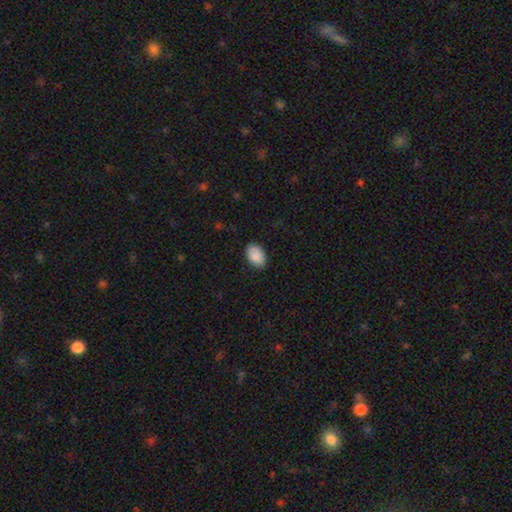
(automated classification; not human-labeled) Smooth or featured? Predicted: smooth (p=0.89). How rounded? Predicted: in between (p=0.89). Merging? Predicted: none (p=0.83).